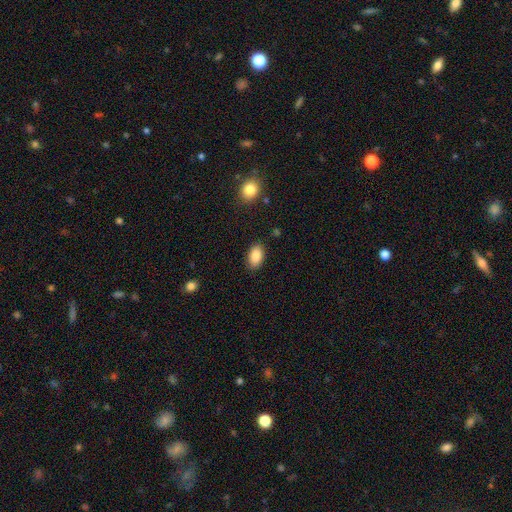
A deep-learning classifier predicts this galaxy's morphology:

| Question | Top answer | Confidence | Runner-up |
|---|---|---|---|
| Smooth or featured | smooth | 88% | star or artifact (7%) |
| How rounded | in between | 92% | round (7%) |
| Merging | none | 85% | minor disturbance (11%) |